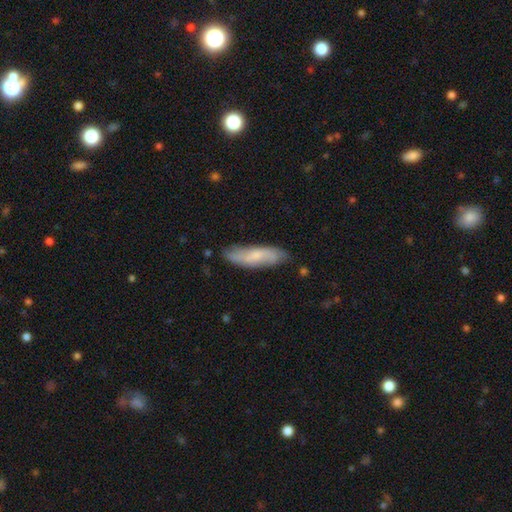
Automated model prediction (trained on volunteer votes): The model was most divided on "smooth or featured": smooth: 55%, featured or disk: 39%, star or artifact: 6%. More confident: merging — none (78%); how rounded — cigar-shaped (61%).